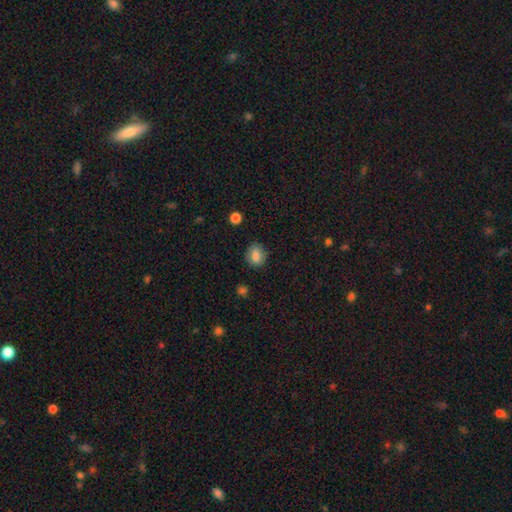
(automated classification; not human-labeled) This is clearly a smooth galaxy (83%). How rounded: likely round (64%). Merging: clearly none (84%).